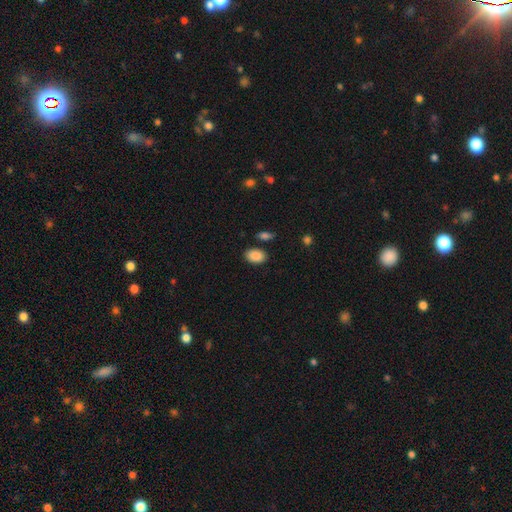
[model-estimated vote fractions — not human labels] Smooth or featured?
  - smooth: 89% *
  - star or artifact: 7%
  - featured or disk: 4%
How rounded?
  - in between: 87% *
  - round: 12%
  - cigar-shaped: 1%
Merging?
  - none: 83% *
  - minor disturbance: 10%
  - merger: 4%
  - major disturbance: 3%